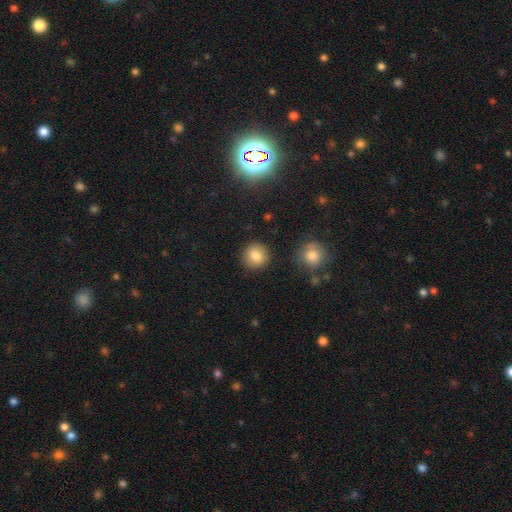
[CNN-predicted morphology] Smooth or featured: smooth — 83% (star or artifact — 9%)
How rounded: round — 89% (in between — 10%)
Merging: none — 88% (minor disturbance — 7%)